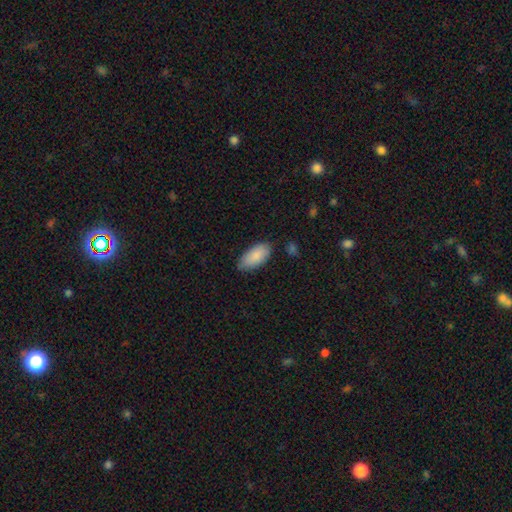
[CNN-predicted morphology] Smooth or featured: smooth — 87% (featured or disk — 7%)
How rounded: in between — 93% (cigar-shaped — 5%)
Merging: none — 78% (minor disturbance — 17%)